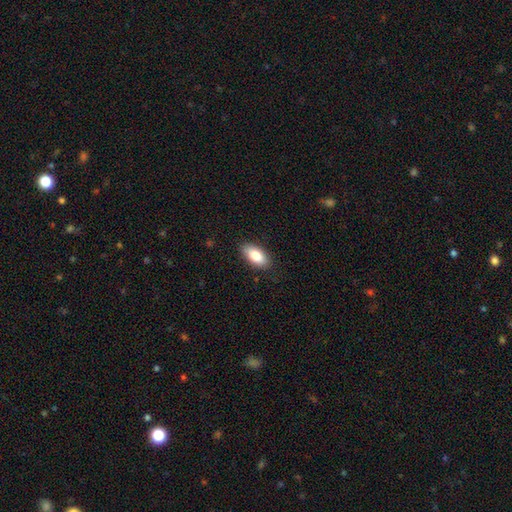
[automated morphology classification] type=smooth (85%); roundness=in between (90%); merging=none (86%).